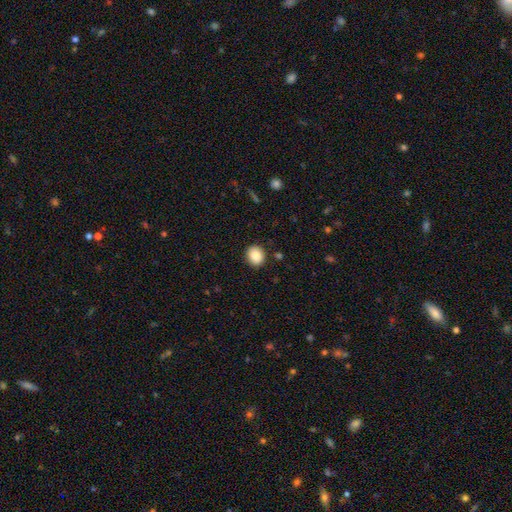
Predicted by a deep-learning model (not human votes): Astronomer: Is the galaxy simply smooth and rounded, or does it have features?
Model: smooth — 88%.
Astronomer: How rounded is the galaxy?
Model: round — 75%.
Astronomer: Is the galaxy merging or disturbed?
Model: none — 89%.